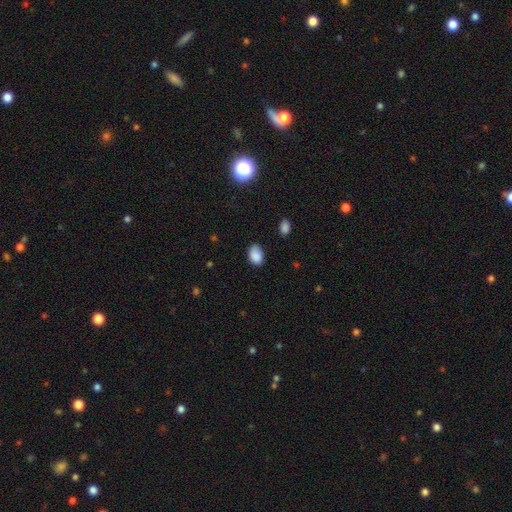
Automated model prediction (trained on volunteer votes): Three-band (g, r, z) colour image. It shows a smooth galaxy with no disk features (88%) that is in between round and cigar-shaped (82%). Merging: none (75%).